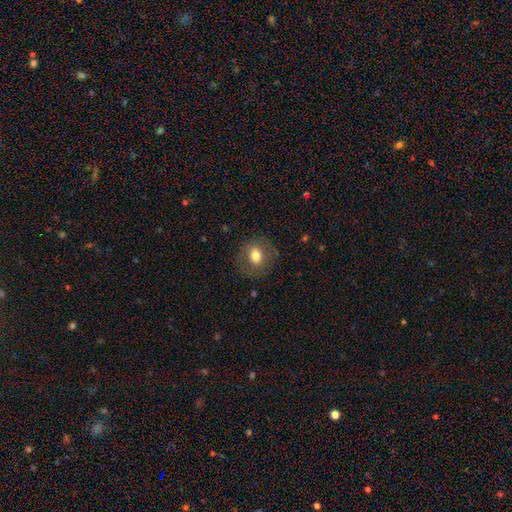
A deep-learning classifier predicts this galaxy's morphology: Smooth or featured: smooth — 70% (featured or disk — 21%)
How rounded: round — 69% (in between — 30%)
Merging: none — 82% (minor disturbance — 12%)